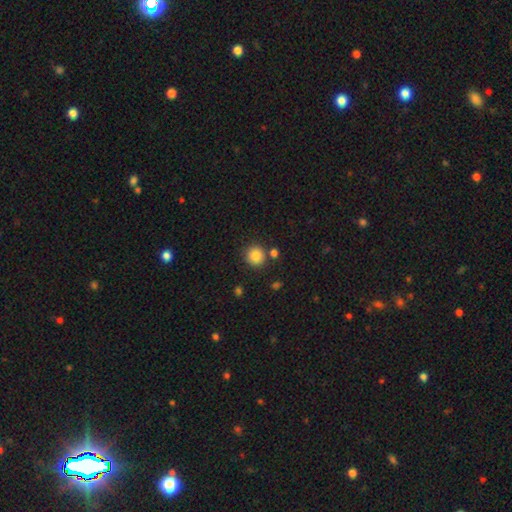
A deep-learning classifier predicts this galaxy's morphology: type=smooth (84%); roundness=round (92%); merging=none (83%).